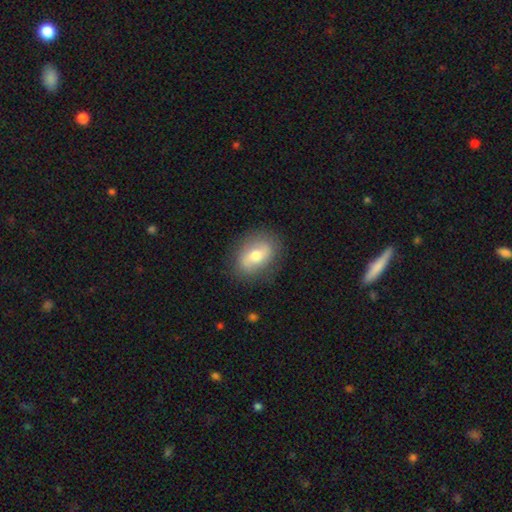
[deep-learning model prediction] Q: Smooth or featured?
A: smooth (54%); runner-up: featured or disk (39%)
Q: How rounded?
A: in between (77%); runner-up: round (21%)
Q: Merging?
A: none (82%); runner-up: minor disturbance (13%)